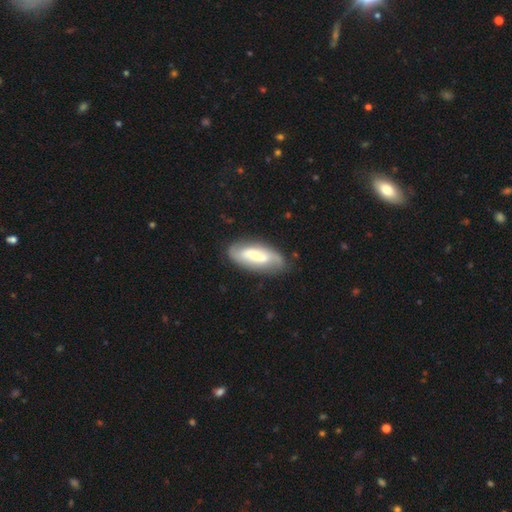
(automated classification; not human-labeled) smooth-or-featured: featured or disk: 59% | smooth: 35% | star or artifact: 6%
  disk-edge-on: no: 88% | yes: 12%
    bar: weak: 39% | strong: 35% | no: 26%
    has-spiral-arms: yes: 81% | no: 19%
    bulge-size: small: 42% | moderate: 40% | large: 10% | none: 5% | dominant: 2%
  merging: none: 74% | minor disturbance: 18% | major disturbance: 6% | merger: 2%